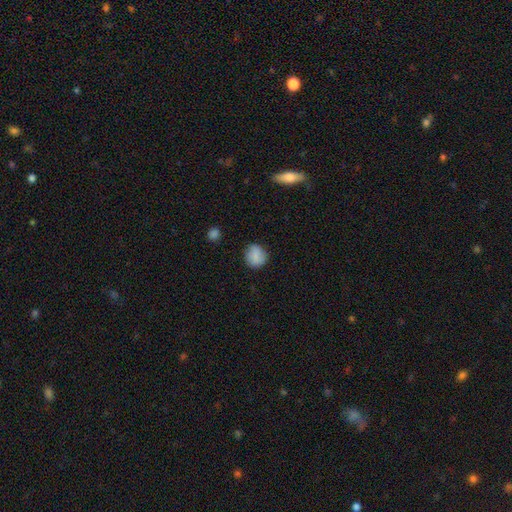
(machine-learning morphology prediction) Overall: smooth (83%). How rounded: round (84%). Merging: none (83%).